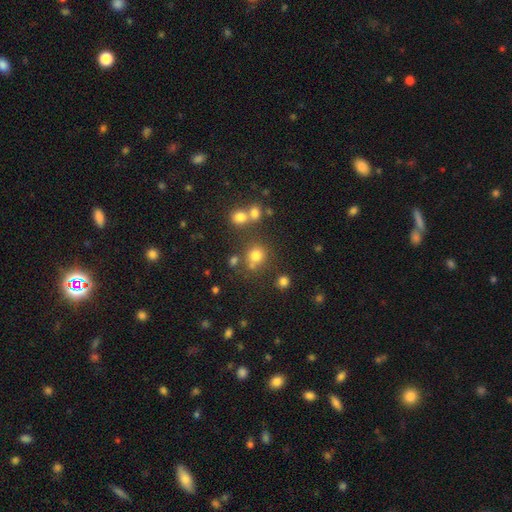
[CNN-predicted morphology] smooth-or-featured: smooth: 74% | star or artifact: 18% | featured or disk: 8%
  how-rounded: round: 86% | in between: 13% | cigar-shaped: 1%
  merging: none: 64% | merger: 20% | minor disturbance: 11% | major disturbance: 6%